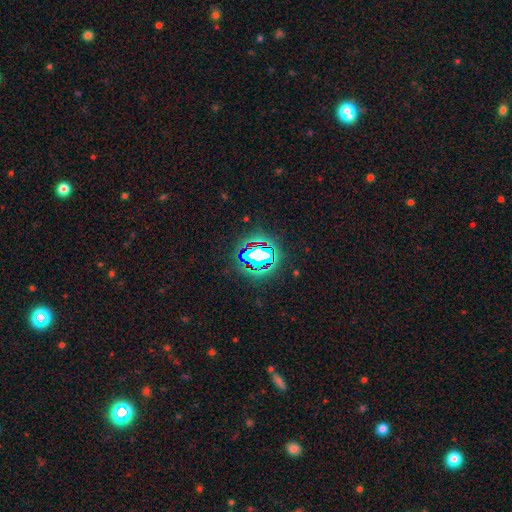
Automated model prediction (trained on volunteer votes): A star or artifact, not a galaxy (66%).

Vote fractions:
- Smooth or featured? star or artifact: 66% / smooth: 20% / featured or disk: 14%